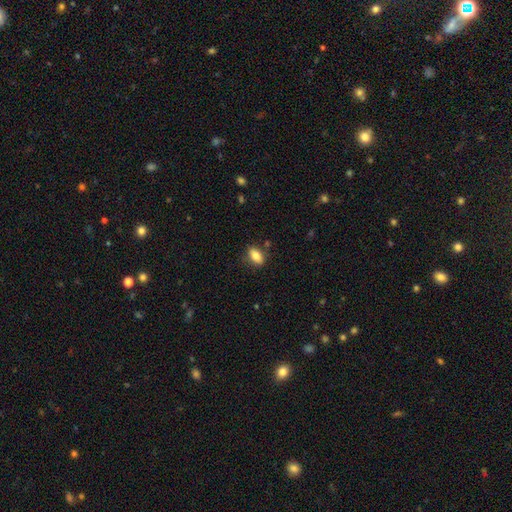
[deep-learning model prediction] Smooth or featured?
  - smooth: 84% *
  - star or artifact: 8%
  - featured or disk: 8%
How rounded?
  - in between: 87% *
  - round: 8%
  - cigar-shaped: 5%
Merging?
  - none: 82% *
  - minor disturbance: 13%
  - major disturbance: 3%
  - merger: 2%